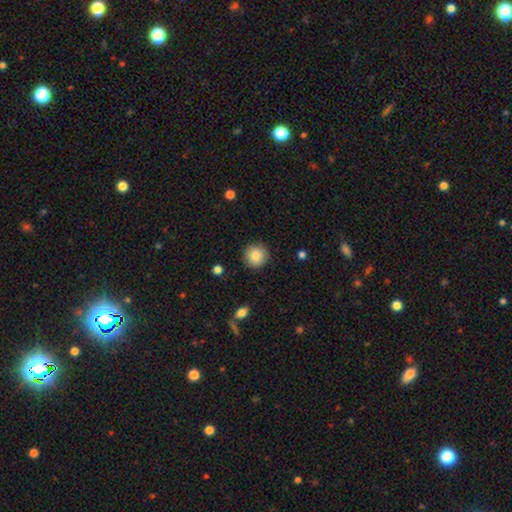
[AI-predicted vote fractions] Smooth or featured? smooth (85%)
How rounded? round (94%)
Merging? none (90%)